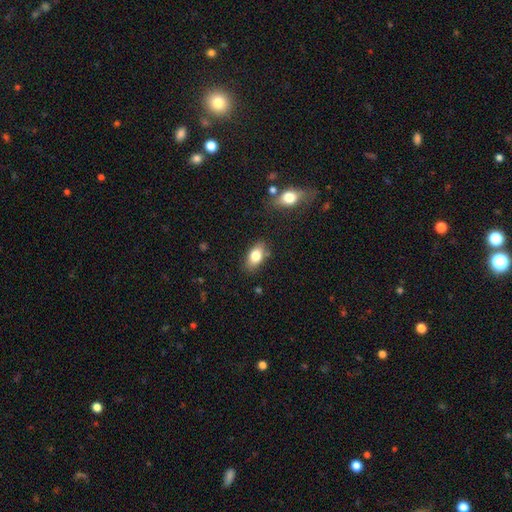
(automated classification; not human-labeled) smooth 79%, featured or disk 13%, star or artifact 8%. Down the decision tree: how rounded — in between (88%); merging — none (81%).